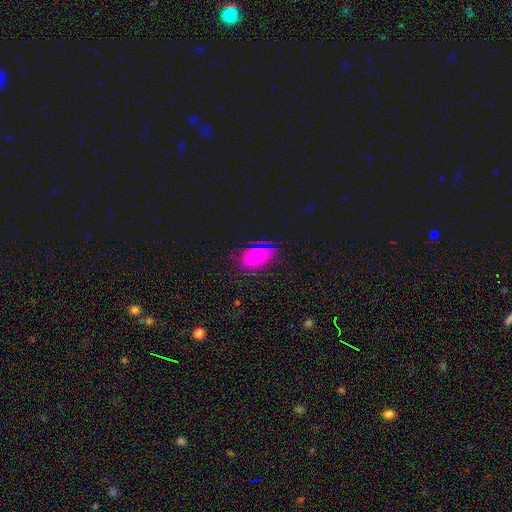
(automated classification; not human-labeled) The model was most divided on "merging": none: 71%, minor disturbance: 21%, major disturbance: 6%, merger: 2%. More confident: how rounded — in between (91%); smooth or featured — smooth (76%).